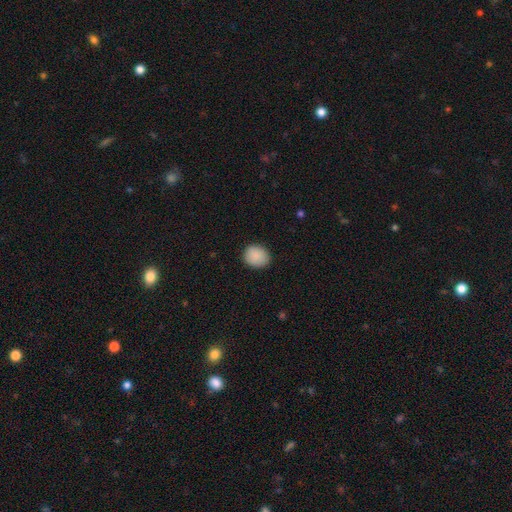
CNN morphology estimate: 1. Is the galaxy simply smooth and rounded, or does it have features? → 89% smooth, 7% star or artifact, 3% featured or disk.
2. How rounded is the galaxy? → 71% round, 28% in between, 1% cigar-shaped.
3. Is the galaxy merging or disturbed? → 88% none, 9% minor disturbance, 2% major disturbance, 1% merger.